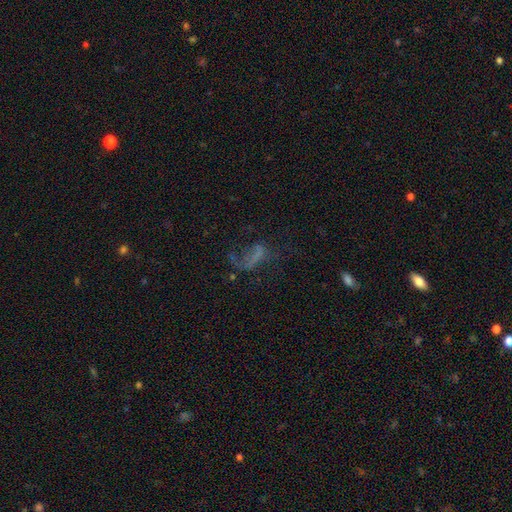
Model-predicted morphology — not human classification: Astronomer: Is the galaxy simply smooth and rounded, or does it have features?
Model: featured or disk — 40% (runner-up: smooth, 34%).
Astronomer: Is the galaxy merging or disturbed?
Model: major disturbance — 44% (runner-up: none, 34%).